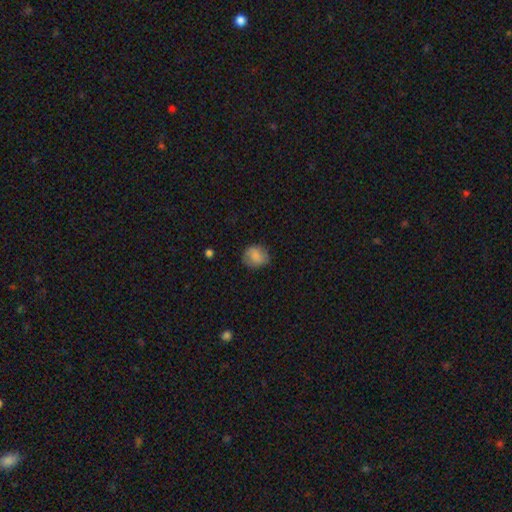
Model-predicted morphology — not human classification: Overall: smooth (81%). How rounded: round (72%). Merging: none (74%).